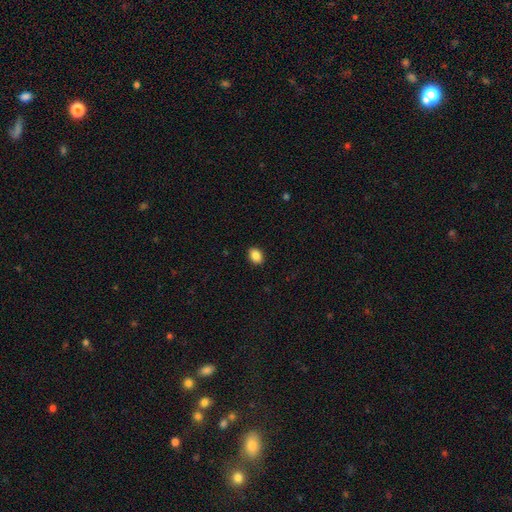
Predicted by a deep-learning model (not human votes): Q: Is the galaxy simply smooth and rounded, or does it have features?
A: smooth — 88%.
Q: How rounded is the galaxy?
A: in between — 67%.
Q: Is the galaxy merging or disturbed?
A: none — 91%.